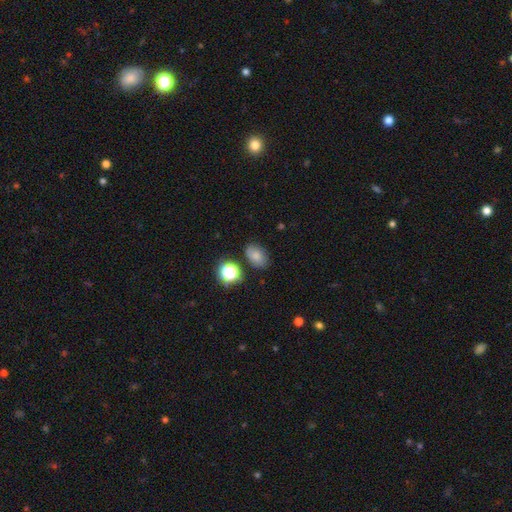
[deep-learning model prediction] Smooth or featured? Predicted: smooth (p=0.70). How rounded? Predicted: in between (p=0.79). Merging? Predicted: none (p=0.73).